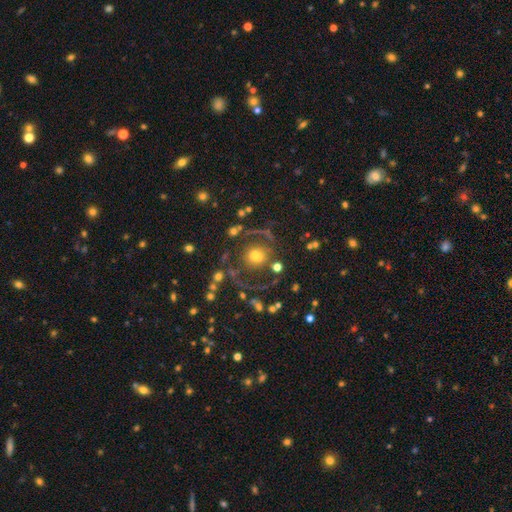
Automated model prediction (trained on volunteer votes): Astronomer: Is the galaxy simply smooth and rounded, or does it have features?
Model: featured or disk — 54% (runner-up: smooth, 31%).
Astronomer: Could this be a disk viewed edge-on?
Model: no — 96%.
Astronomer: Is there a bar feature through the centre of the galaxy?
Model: no — 70%.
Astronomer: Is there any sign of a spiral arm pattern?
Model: yes — 69%.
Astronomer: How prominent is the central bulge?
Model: moderate — 52%.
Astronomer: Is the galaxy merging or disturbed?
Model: none — 69%.